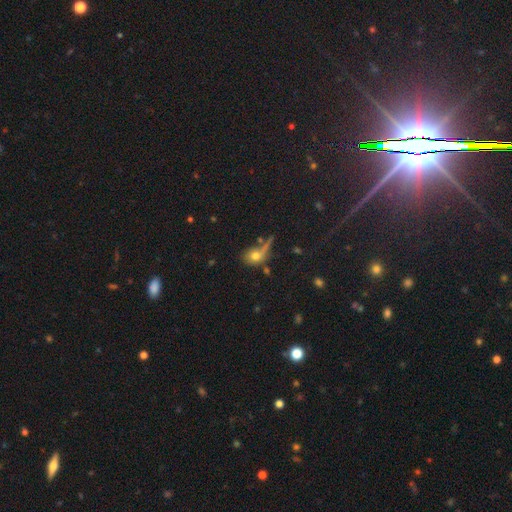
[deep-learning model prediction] smooth-or-featured: smooth: 67% | featured or disk: 18% | star or artifact: 15%
  how-rounded: round: 50% | in between: 44% | cigar-shaped: 6%
  merging: none: 43% | merger: 19% | major disturbance: 19% | minor disturbance: 18%